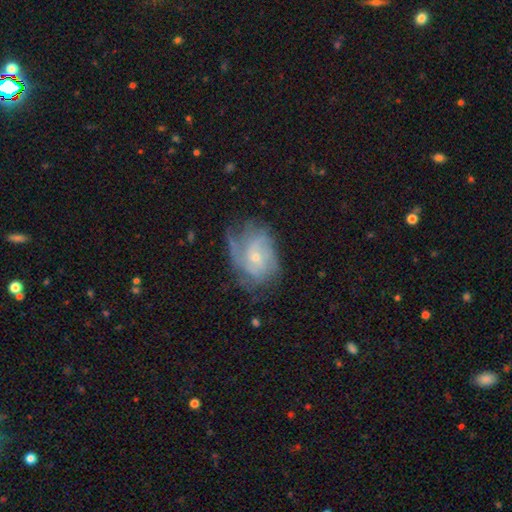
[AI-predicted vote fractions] Smooth or featured? featured or disk (73%)
Edge-on disk? no (97%)
Bar? no (65%)
Spiral arms? yes (86%)
Spiral winding? medium (40%)
Spiral arm count? can't tell (41%)
Bulge size? small (66%)
Merging? none (50%)